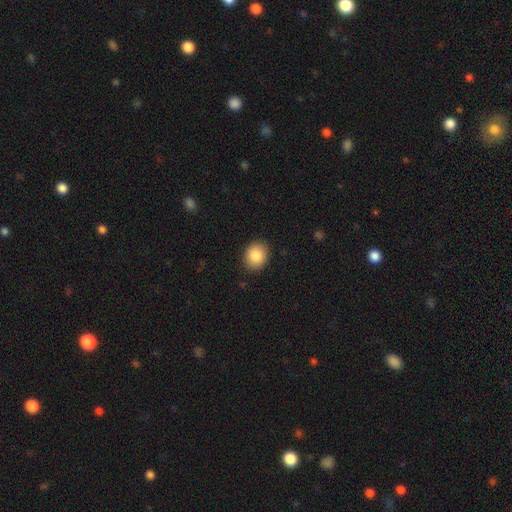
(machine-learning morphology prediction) type=smooth (86%); roundness=round (59%); merging=none (88%).